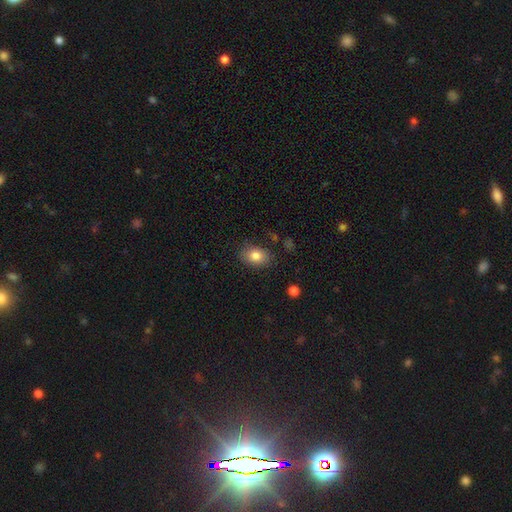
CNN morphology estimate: A smooth galaxy with no disk features (82%) that is in between round and cigar-shaped (77%). Merging: none (83%).